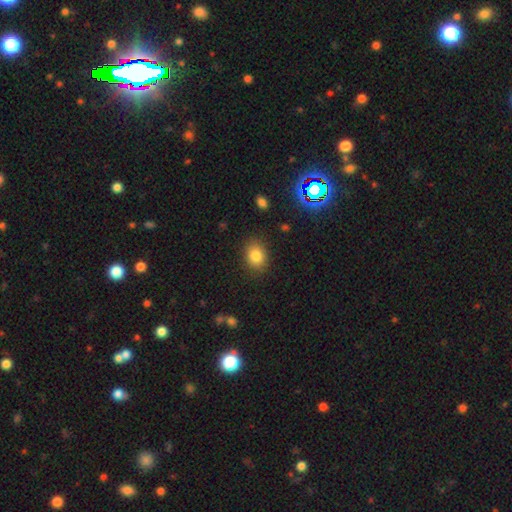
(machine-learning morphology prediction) The model was most divided on "how rounded": in between: 57%, round: 42%, cigar-shaped: 1%. More confident: merging — none (86%); smooth or featured — smooth (82%).